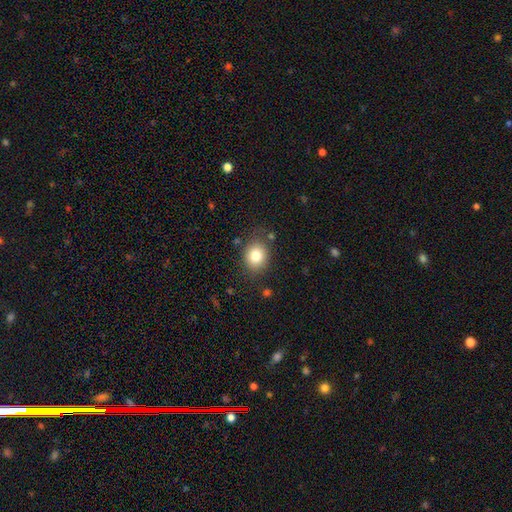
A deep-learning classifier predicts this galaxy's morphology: smooth-or-featured: smooth: 82% | star or artifact: 10% | featured or disk: 8%
  how-rounded: round: 63% | in between: 36% | cigar-shaped: 1%
  merging: none: 80% | minor disturbance: 13% | major disturbance: 4% | merger: 3%